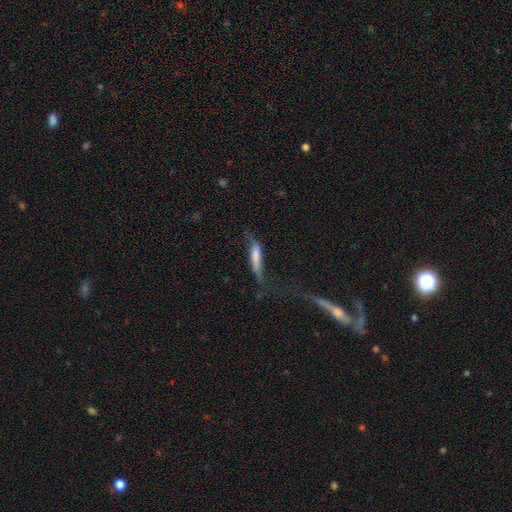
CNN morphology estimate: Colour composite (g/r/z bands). It shows a smooth galaxy with no disk features (67%) that is cigar-shaped (75%). Merging: major disturbance (37%).